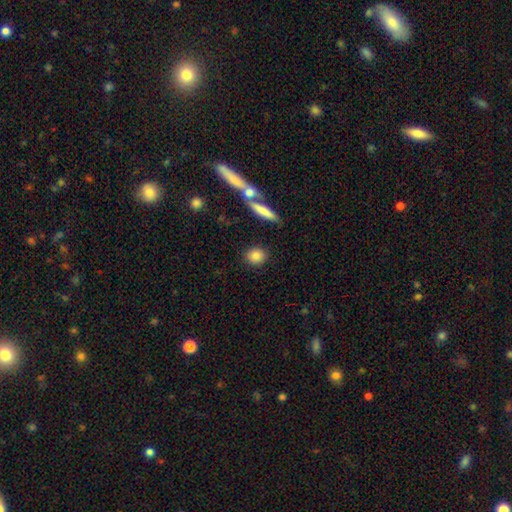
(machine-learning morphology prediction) Smooth or featured: smooth — 85% (star or artifact — 8%)
How rounded: round — 66% (in between — 29%)
Merging: none — 84% (minor disturbance — 8%)